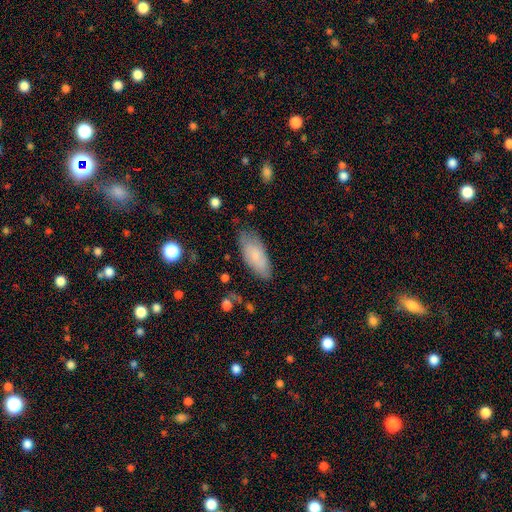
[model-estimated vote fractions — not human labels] A smooth galaxy with no disk features (73%) that is in between round and cigar-shaped (82%).

Vote fractions:
- Smooth or featured? smooth: 73% / featured or disk: 20% / star or artifact: 7%
- How rounded? in between: 82% / cigar-shaped: 16% / round: 2%
- Merging? none: 75% / minor disturbance: 20% / major disturbance: 4% / merger: 2%